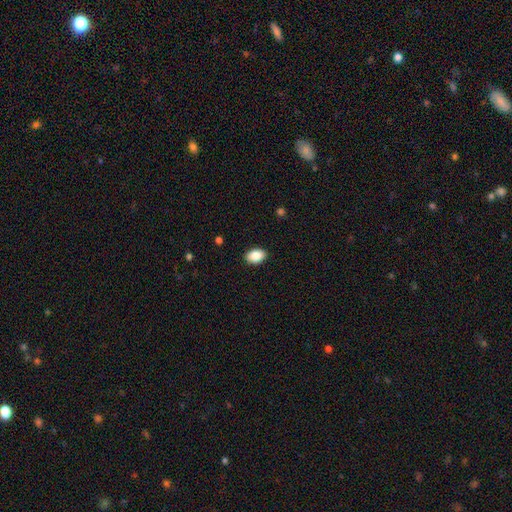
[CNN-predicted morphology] Smooth or featured? smooth (87%)
How rounded? in between (88%)
Merging? none (89%)